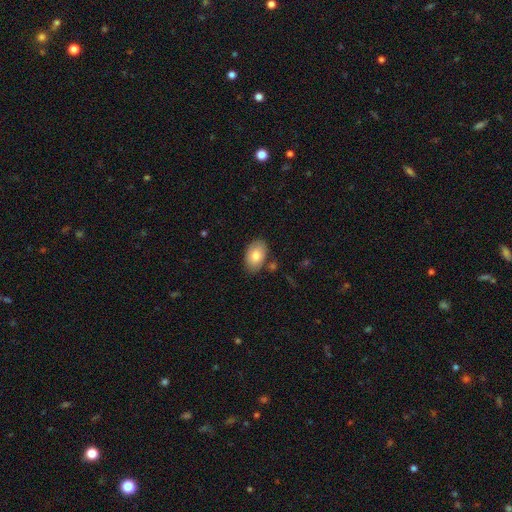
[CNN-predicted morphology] The model was most divided on "smooth or featured": smooth: 78%, featured or disk: 16%, star or artifact: 7%. More confident: how rounded — in between (90%); merging — none (78%).